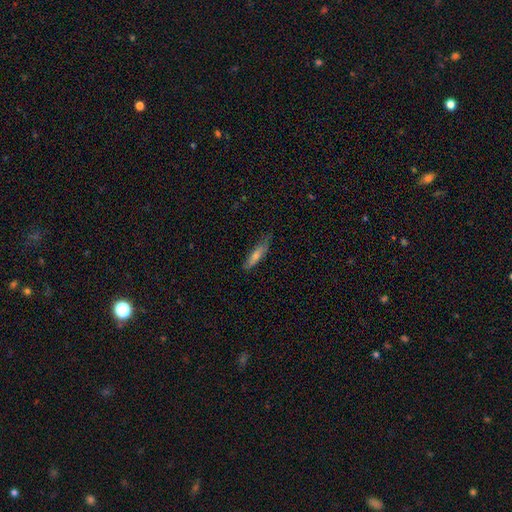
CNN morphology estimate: Smooth or featured: smooth — 55% (featured or disk — 36%)
How rounded: cigar-shaped — 82% (in between — 16%)
Merging: none — 76% (minor disturbance — 19%)